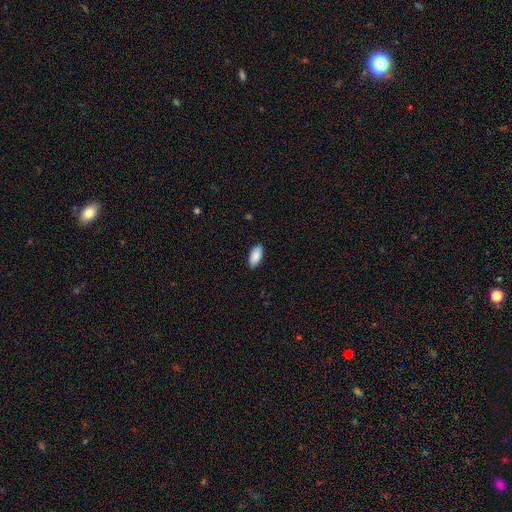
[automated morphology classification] A smooth galaxy with no disk features (90%) that is in between round and cigar-shaped (92%). Merging: none (88%).